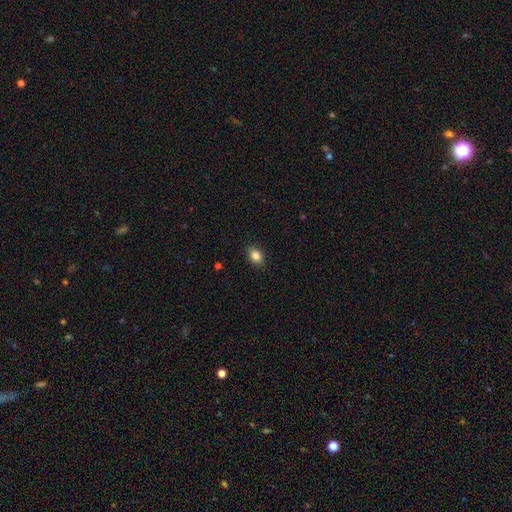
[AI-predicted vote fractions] Smooth or featured?
  - smooth: 84% *
  - star or artifact: 9%
  - featured or disk: 6%
How rounded?
  - in between: 73% *
  - round: 25%
  - cigar-shaped: 1%
Merging?
  - none: 89% *
  - minor disturbance: 8%
  - major disturbance: 2%
  - merger: 1%